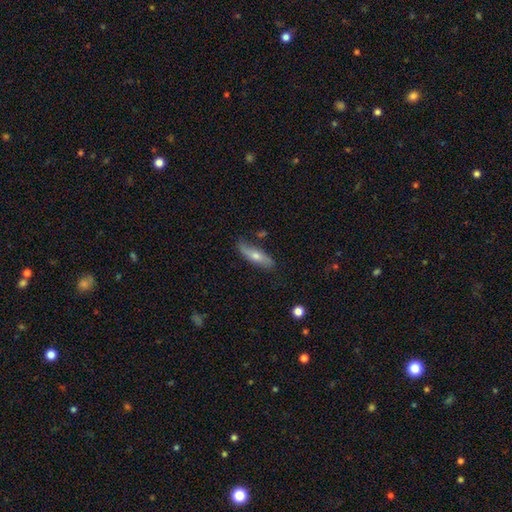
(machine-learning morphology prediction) Q: Smooth or featured?
A: smooth (54%); runner-up: featured or disk (40%)
Q: How rounded?
A: cigar-shaped (64%); runner-up: in between (33%)
Q: Merging?
A: none (76%); runner-up: minor disturbance (18%)